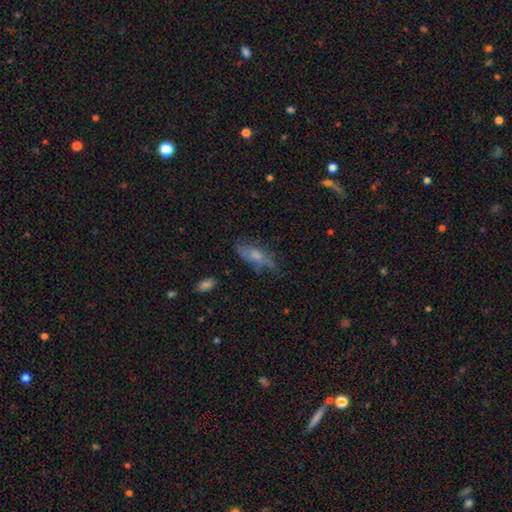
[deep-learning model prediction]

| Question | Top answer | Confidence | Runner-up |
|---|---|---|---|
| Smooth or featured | smooth | 52% | featured or disk (38%) |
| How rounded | in between | 69% | cigar-shaped (27%) |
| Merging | none | 56% | minor disturbance (28%) |